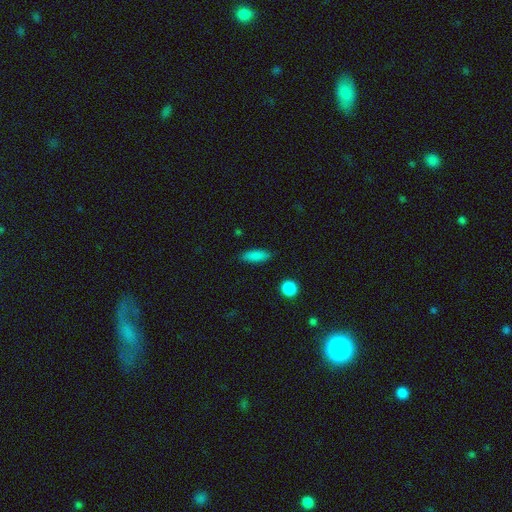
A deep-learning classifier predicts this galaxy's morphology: A smooth galaxy with no disk features (85%) that is in between round and cigar-shaped (63%). Merging: none (85%).